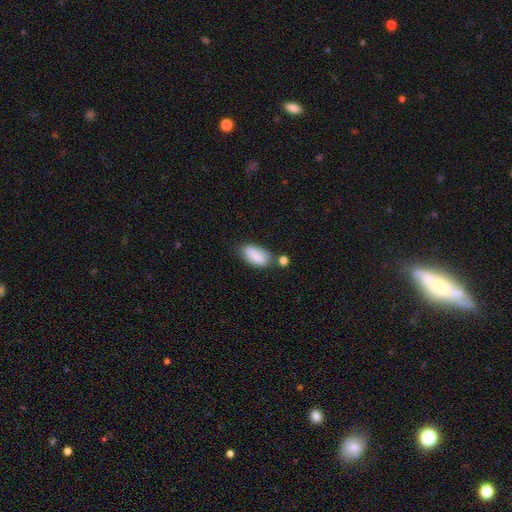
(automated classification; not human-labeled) smooth-or-featured: smooth: 83% | featured or disk: 10% | star or artifact: 7%
  how-rounded: in between: 88% | cigar-shaped: 9% | round: 3%
  merging: none: 54% | minor disturbance: 23% | merger: 17% | major disturbance: 6%